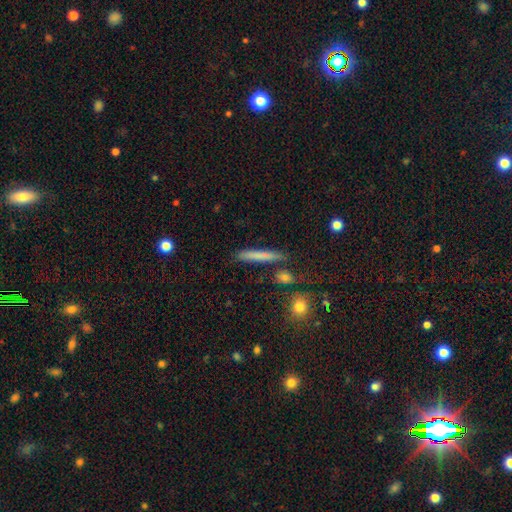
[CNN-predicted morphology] Smooth or featured? smooth (67%)
How rounded? cigar-shaped (94%)
Merging? none (83%)